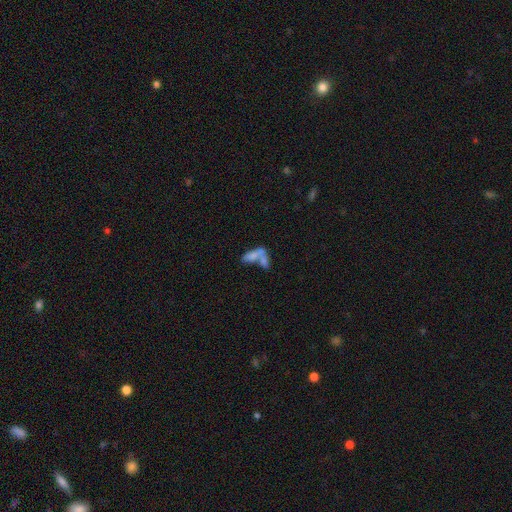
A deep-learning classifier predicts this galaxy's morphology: The model was most divided on "smooth or featured": smooth: 66%, featured or disk: 24%, star or artifact: 10%. More confident: how rounded — in between (78%); merging — merger (68%).